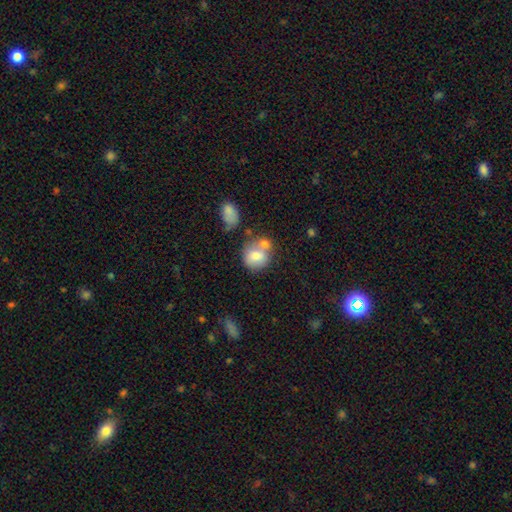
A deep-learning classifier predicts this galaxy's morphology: Smooth or featured? smooth (74%)
How rounded? round (74%)
Merging? none (41%)